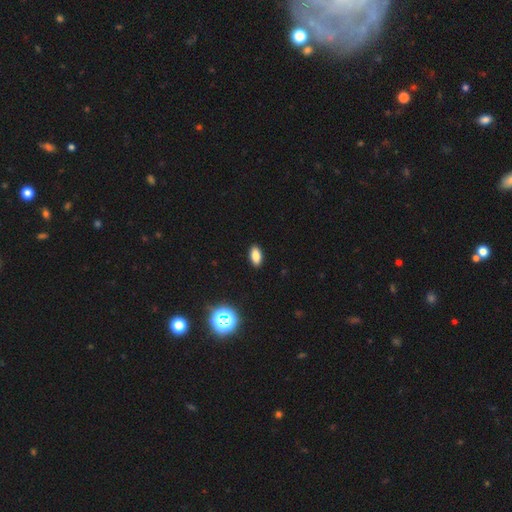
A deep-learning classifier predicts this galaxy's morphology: Smooth or featured? Predicted: smooth (p=0.82). How rounded? Predicted: in between (p=0.90). Merging? Predicted: none (p=0.90).